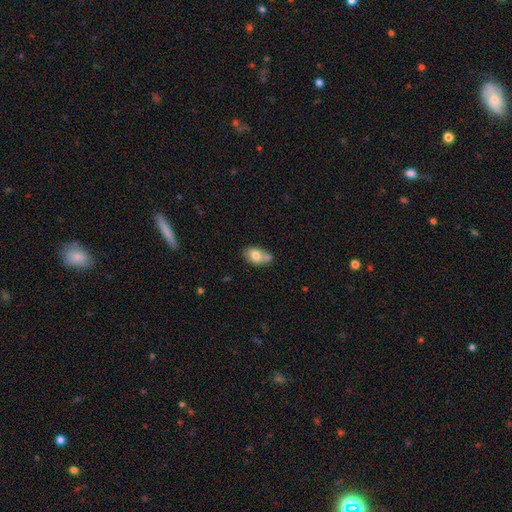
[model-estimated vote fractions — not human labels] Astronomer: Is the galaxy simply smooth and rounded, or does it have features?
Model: smooth — 76%.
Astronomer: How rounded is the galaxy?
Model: in between — 78%.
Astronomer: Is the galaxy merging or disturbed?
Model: merger — 39% (runner-up: none, 37%).